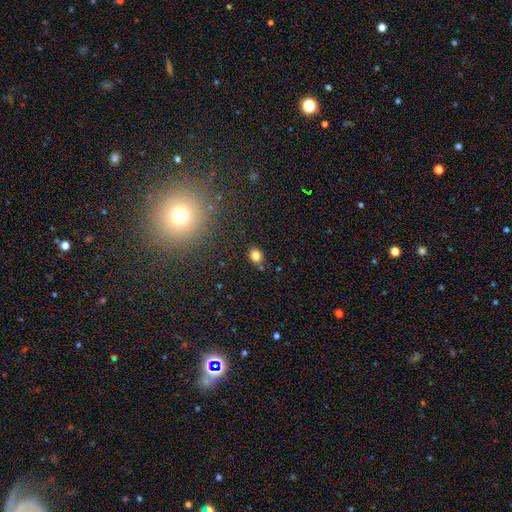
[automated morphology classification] Smooth or featured?
  - smooth: 80% *
  - star or artifact: 14%
  - featured or disk: 7%
How rounded?
  - round: 50% *
  - in between: 49%
  - cigar-shaped: 1%
Merging?
  - none: 83% *
  - minor disturbance: 11%
  - merger: 3%
  - major disturbance: 3%